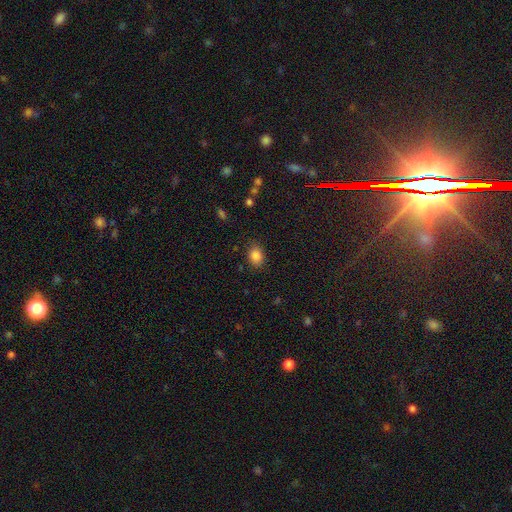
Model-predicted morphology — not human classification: A smooth galaxy with no disk features (85%) that is in between round and cigar-shaped (60%). Merging: none (82%).